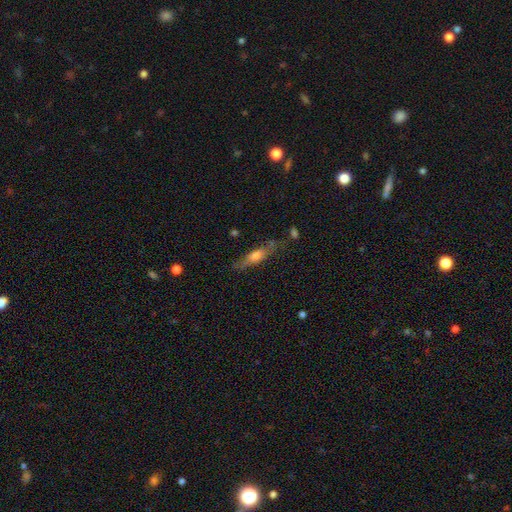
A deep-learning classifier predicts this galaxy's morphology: Smooth or featured? Predicted: smooth (p=0.47). Merging? Predicted: none (p=0.66).